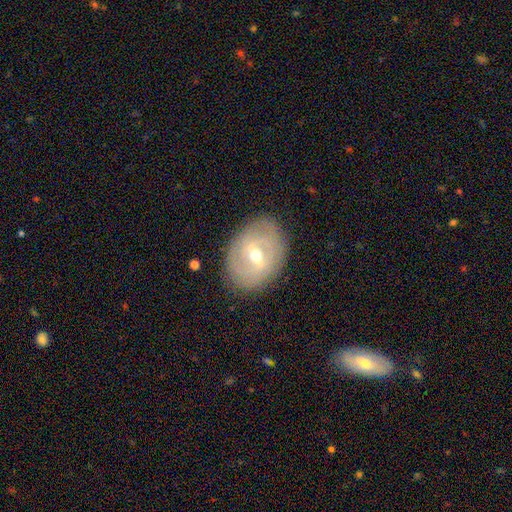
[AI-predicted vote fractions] smooth_or_featured: featured or disk (p=0.79) [alt: smooth p=0.15]
disk_edge_on: no (p=0.95) [alt: yes p=0.05]
bar: weak (p=0.52) [alt: strong p=0.32]
has_spiral_arms: yes (p=0.78) [alt: no p=0.22]
spiral_winding: tight (p=0.65) [alt: medium p=0.26]
spiral_arm_count: 2 (p=0.39) [tied with: can't tell p=0.39]
bulge_size: moderate (p=0.60) [alt: small p=0.36]
merging: none (p=0.82) [alt: minor disturbance p=0.13]